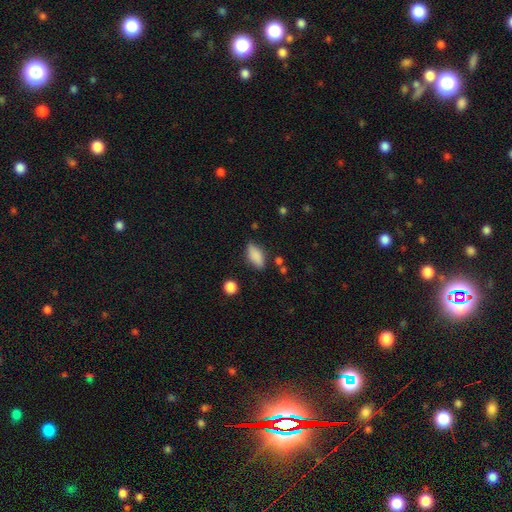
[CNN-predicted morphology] This is clearly a smooth galaxy (84%). How rounded: clearly in between (85%). Merging: likely none (77%).